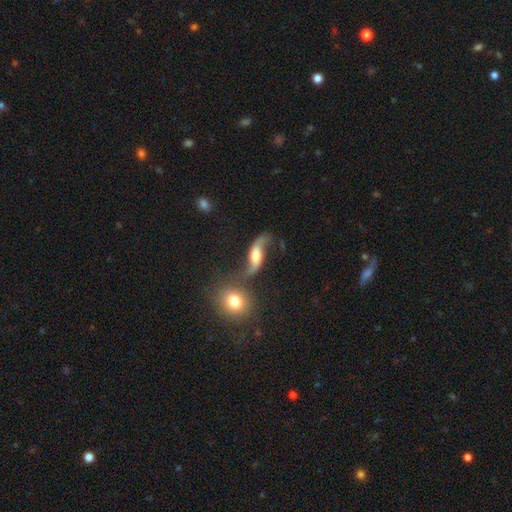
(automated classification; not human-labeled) smooth-or-featured: featured or disk: 77% | smooth: 16% | star or artifact: 7%
  disk-edge-on: no: 90% | yes: 10%
    bar: no: 41% | weak: 39% | strong: 20%
    has-spiral-arms: yes: 93% | no: 7%
      spiral-winding: loose: 90% | medium: 7% | tight: 3%
      spiral-arm-count: 2: 93% | 1: 3% | can't tell: 2% | 3: 1% | 4: 1% | more than 4: 1%
    bulge-size: moderate: 42% | large: 26% | small: 19% | none: 9% | dominant: 4%
  merging: none: 53% | merger: 17% | minor disturbance: 17% | major disturbance: 13%